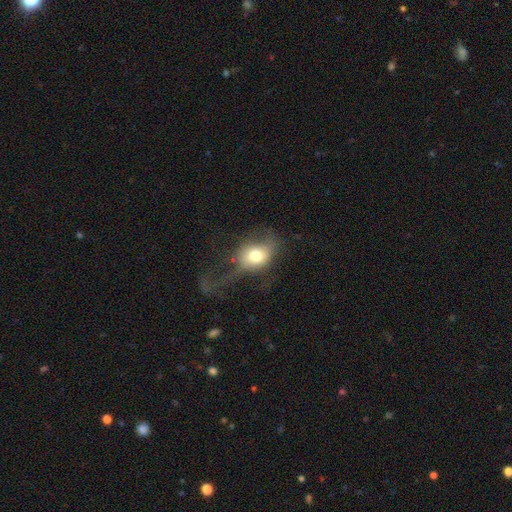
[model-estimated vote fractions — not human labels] Smooth or featured: smooth — 66% (featured or disk — 24%)
How rounded: in between — 59% (round — 39%)
Merging: major disturbance — 49% (none — 28%)